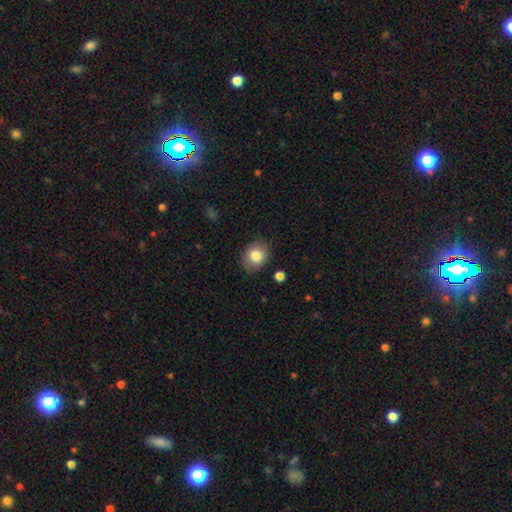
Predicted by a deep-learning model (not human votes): smooth 83%, featured or disk 8%, star or artifact 8%. Down the decision tree: how rounded — round (60%); merging — none (80%).